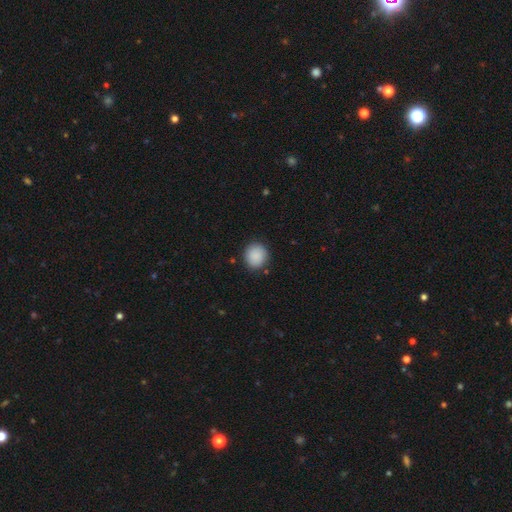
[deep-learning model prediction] This appears to be a smooth galaxy with no disk features (89%) that is round (87%). Merging: none (88%).